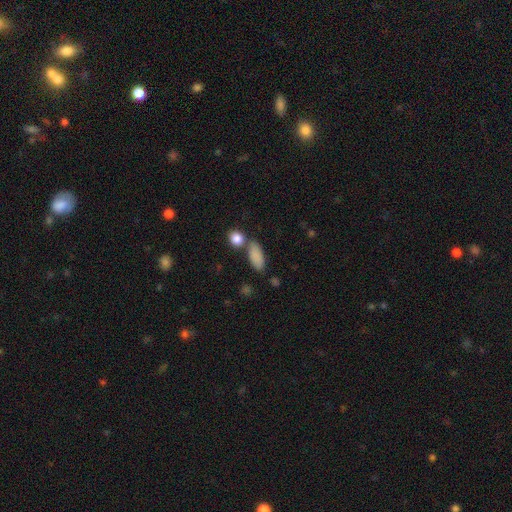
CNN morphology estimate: The model was most divided on "merging": none: 66%, merger: 16%, minor disturbance: 13%, major disturbance: 4%. More confident: smooth or featured — smooth (86%); how rounded — in between (80%).